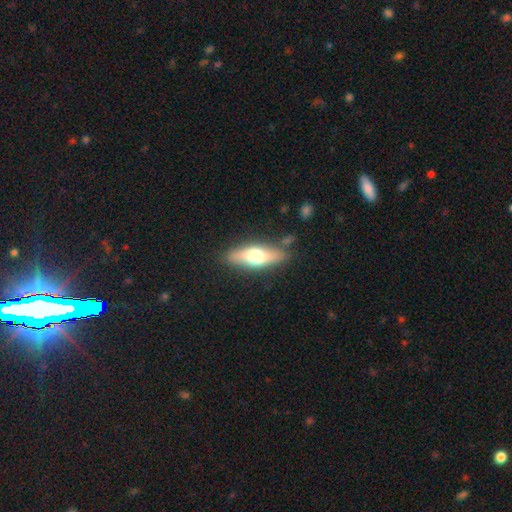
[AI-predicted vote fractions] A smooth galaxy with no disk features (55%) that is in between round and cigar-shaped (53%). Merging: none (80%).